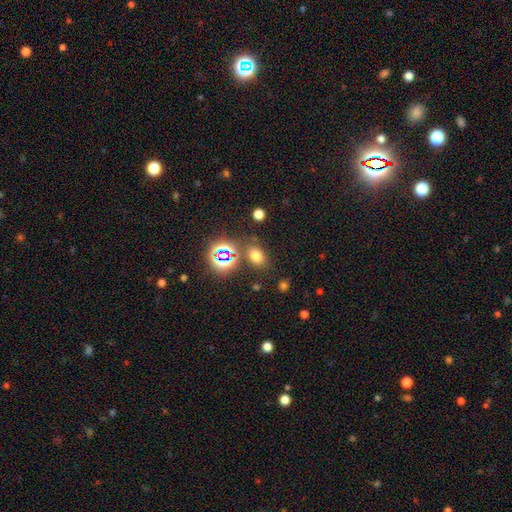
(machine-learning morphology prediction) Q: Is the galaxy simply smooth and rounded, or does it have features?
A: smooth — 66%.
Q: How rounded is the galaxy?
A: in between — 68%.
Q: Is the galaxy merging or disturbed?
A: none — 77%.